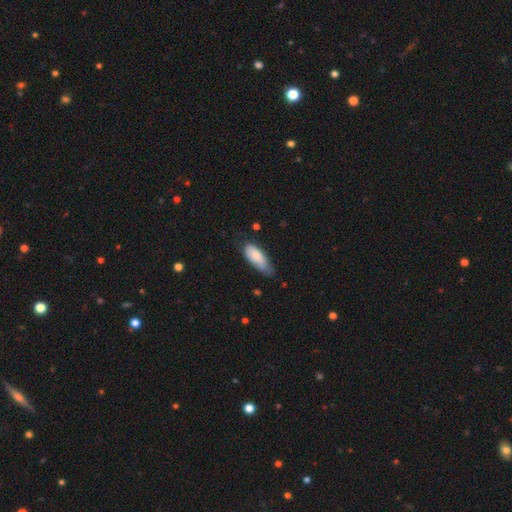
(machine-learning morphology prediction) This appears to be a smooth galaxy with no disk features (80%) that is in between round and cigar-shaped (79%). Merging: none (45%).